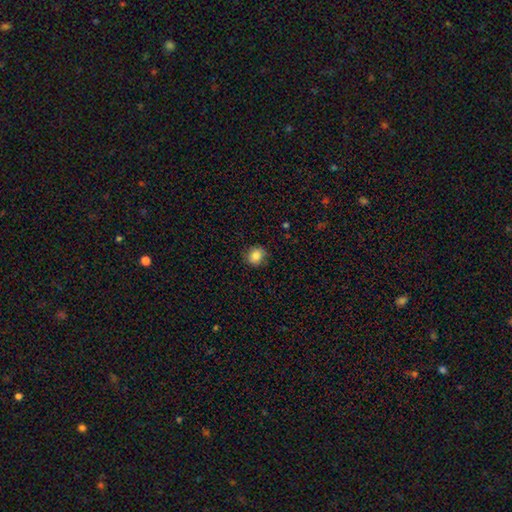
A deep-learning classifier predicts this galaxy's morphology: Smooth or featured? smooth (84%)
How rounded? round (76%)
Merging? none (84%)